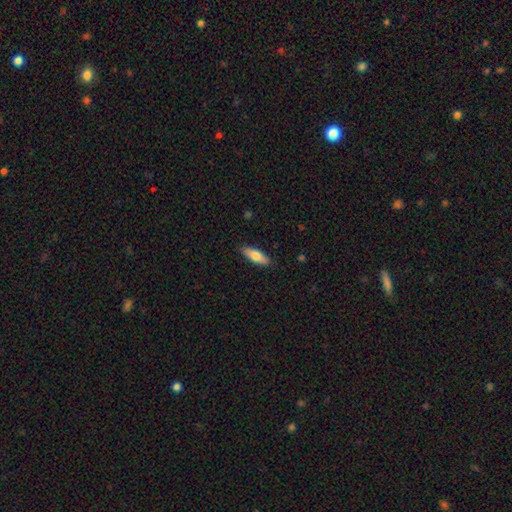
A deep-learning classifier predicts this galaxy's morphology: The model was most divided on "how rounded": in between: 56%, cigar-shaped: 42%, round: 2%. More confident: merging — none (87%); smooth or featured — smooth (73%).